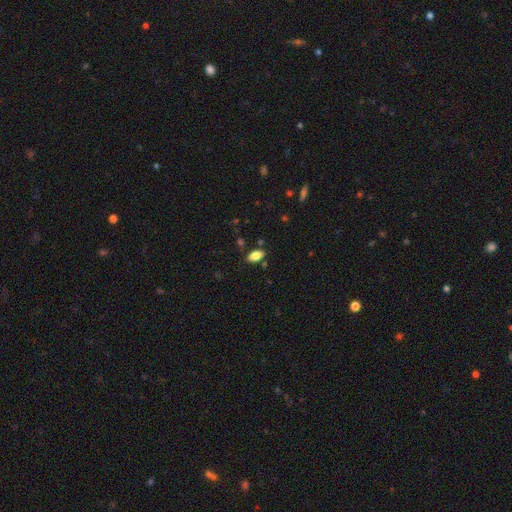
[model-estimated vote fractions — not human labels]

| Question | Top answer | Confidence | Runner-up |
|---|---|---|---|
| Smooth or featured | smooth | 84% | star or artifact (8%) |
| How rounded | in between | 92% | cigar-shaped (4%) |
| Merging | none | 83% | minor disturbance (11%) |